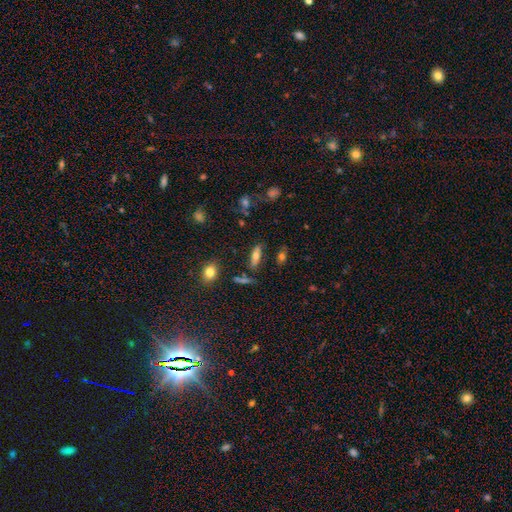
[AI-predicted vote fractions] Smooth or featured? Predicted: smooth (p=0.58). How rounded? Predicted: in between (p=0.60). Merging? Predicted: none (p=0.75).